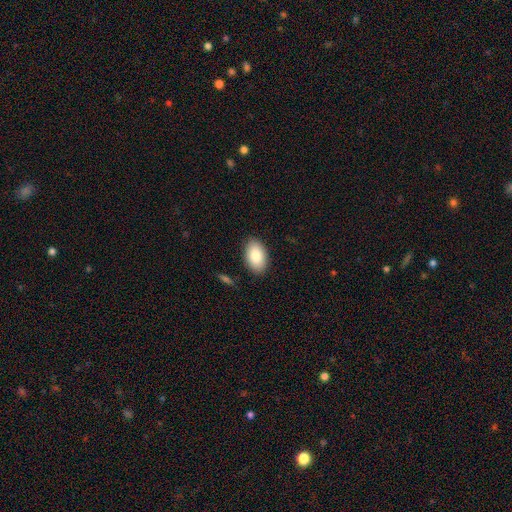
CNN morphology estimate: smooth 85%, featured or disk 9%, star or artifact 6%. Down the decision tree: how rounded — in between (93%); merging — none (88%).